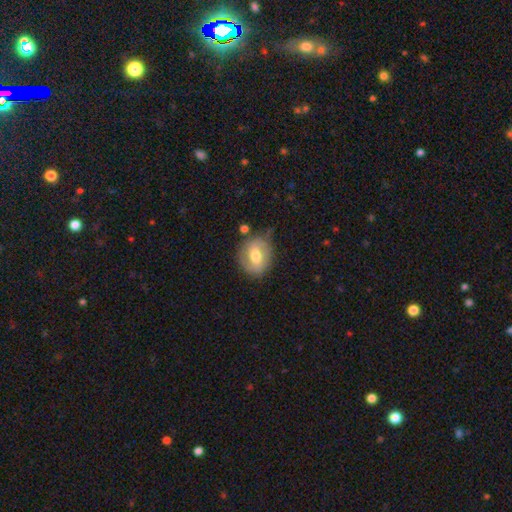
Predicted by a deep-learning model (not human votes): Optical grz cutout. It shows a smooth galaxy with no disk features (51%) that is round (61%). Merging: none (70%).